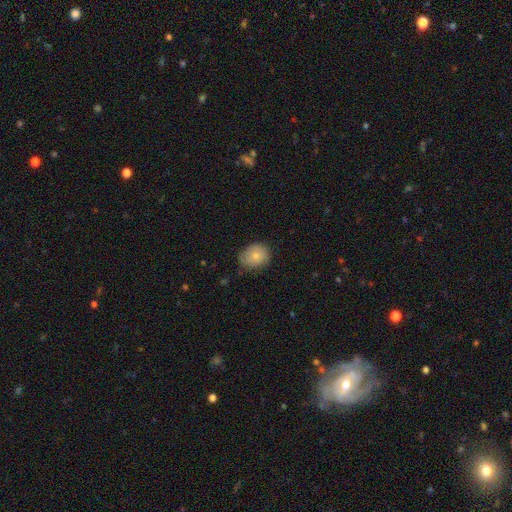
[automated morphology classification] This appears to be a smooth galaxy with no disk features (76%) that is round (55%). Merging: none (71%).